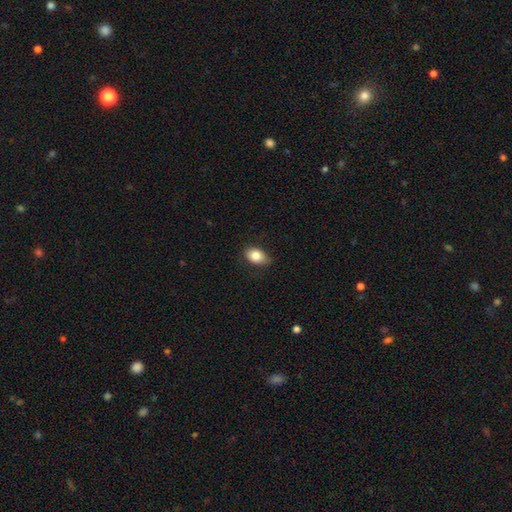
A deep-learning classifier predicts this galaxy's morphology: Overall: smooth (83%). How rounded: in between (84%). Merging: none (81%).